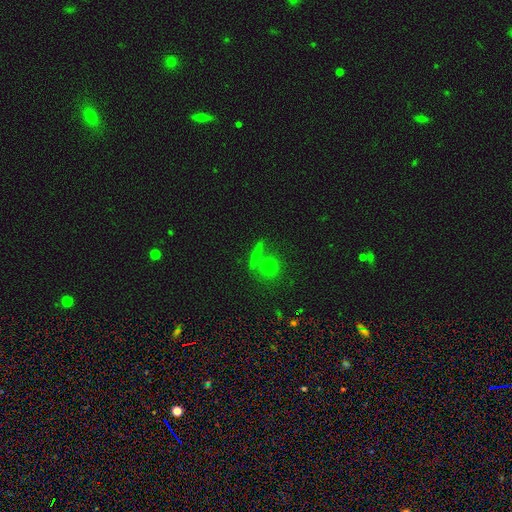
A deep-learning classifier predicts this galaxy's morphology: This is possibly a smooth galaxy (46%). Merging: likely none (66%).